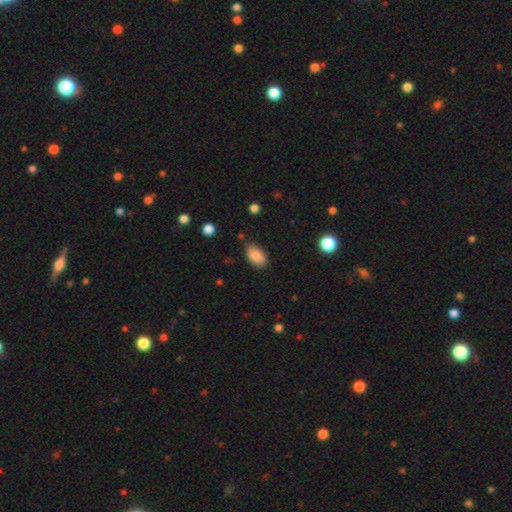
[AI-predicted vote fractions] smooth-or-featured: smooth: 84% | featured or disk: 8% | star or artifact: 8%
  how-rounded: in between: 92% | round: 7% | cigar-shaped: 2%
  merging: none: 76% | minor disturbance: 18% | major disturbance: 3% | merger: 2%